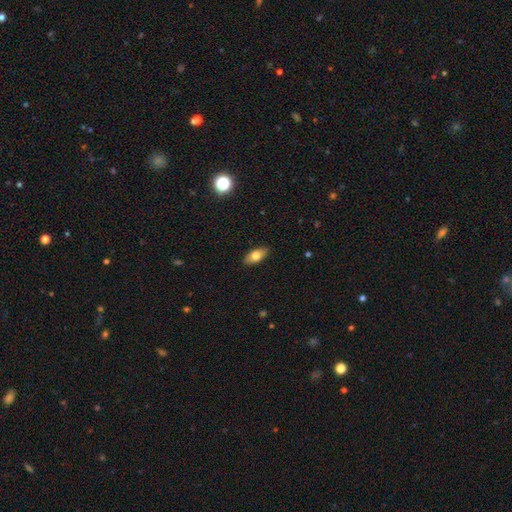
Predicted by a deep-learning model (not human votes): Smooth or featured? Predicted: smooth (p=0.74). How rounded? Predicted: in between (p=0.87). Merging? Predicted: none (p=0.89).